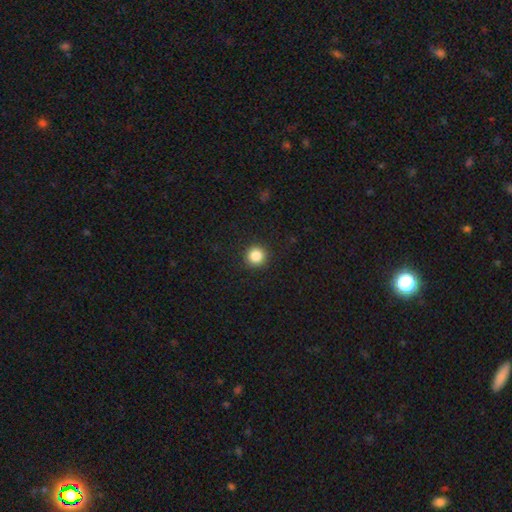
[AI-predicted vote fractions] Smooth or featured: smooth — 86% (star or artifact — 10%)
How rounded: round — 95% (in between — 4%)
Merging: none — 93% (minor disturbance — 5%)